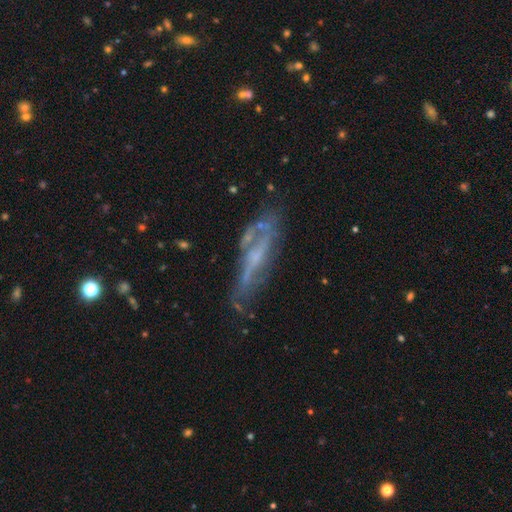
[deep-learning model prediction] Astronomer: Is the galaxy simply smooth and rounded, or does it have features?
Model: featured or disk — 71%.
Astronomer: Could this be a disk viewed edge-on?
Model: no — 65%.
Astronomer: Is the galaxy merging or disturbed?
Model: none — 55%.